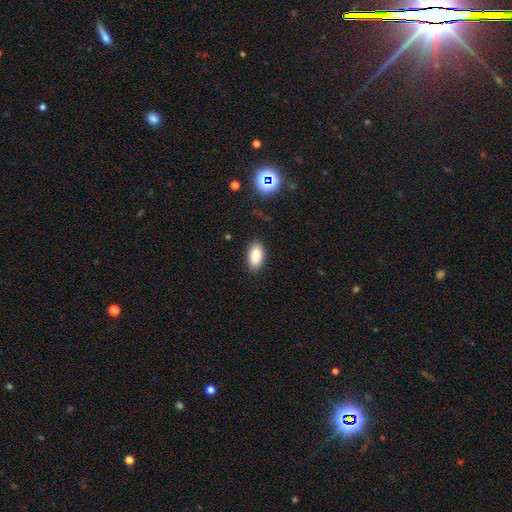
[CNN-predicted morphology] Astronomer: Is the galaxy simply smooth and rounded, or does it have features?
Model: smooth — 87%.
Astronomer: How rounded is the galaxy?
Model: in between — 93%.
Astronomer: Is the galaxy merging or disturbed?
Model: none — 87%.